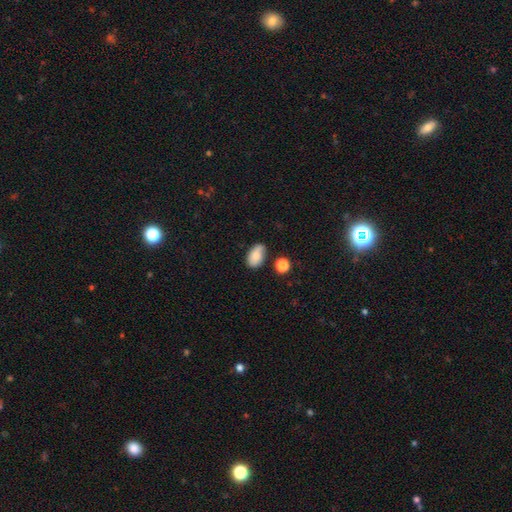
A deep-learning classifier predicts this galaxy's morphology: Overall: smooth (76%). How rounded: in between (90%). Merging: none (60%; minor disturbance 27%).